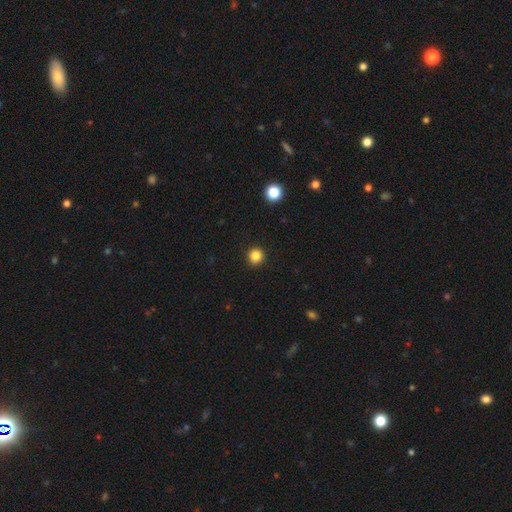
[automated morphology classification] Smooth or featured? smooth (84%)
How rounded? round (94%)
Merging? none (93%)